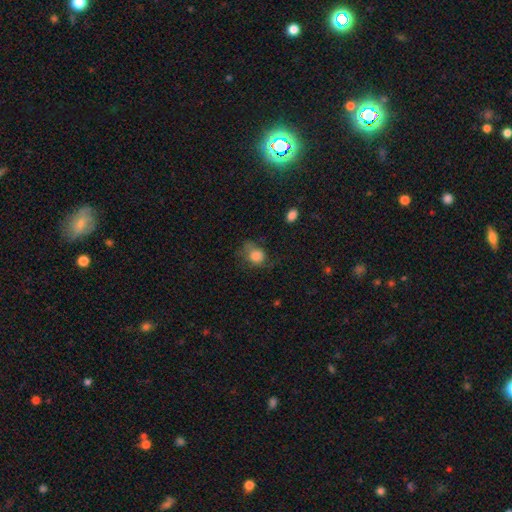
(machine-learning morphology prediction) type=smooth (79%); roundness=round (63%); merging=none (41%).